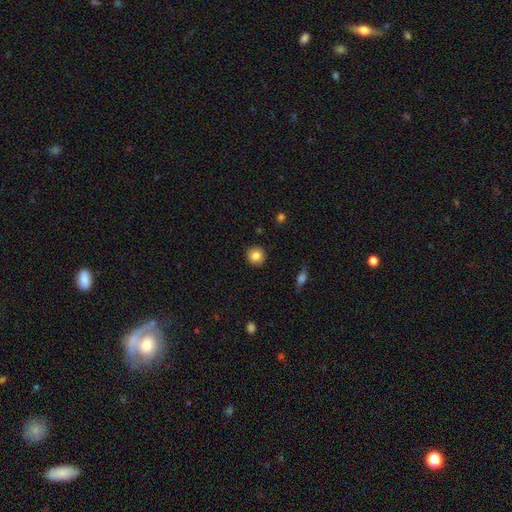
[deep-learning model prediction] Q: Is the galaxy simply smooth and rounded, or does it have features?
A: smooth — 84%.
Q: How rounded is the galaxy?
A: round — 93%.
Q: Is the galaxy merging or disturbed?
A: none — 92%.